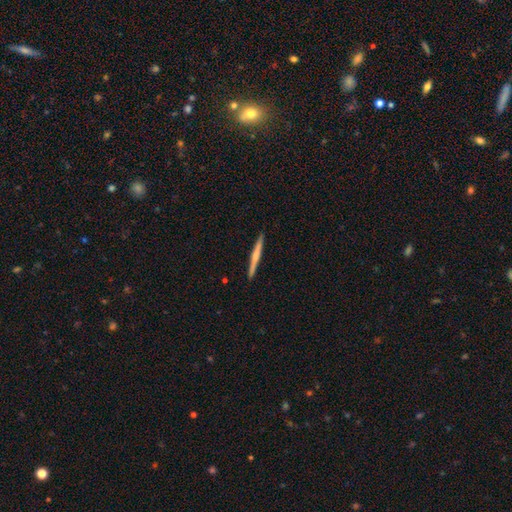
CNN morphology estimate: featured or disk 48%, smooth 47%, star or artifact 5%. Down the decision tree: merging — none (92%).